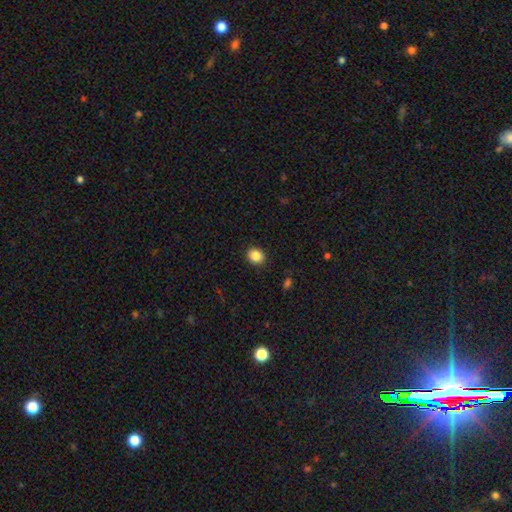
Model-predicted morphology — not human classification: Smooth or featured? Predicted: smooth (p=0.87). How rounded? Predicted: round (p=0.63). Merging? Predicted: none (p=0.90).